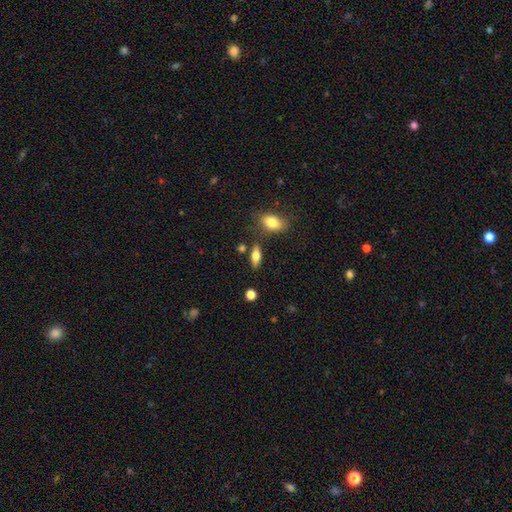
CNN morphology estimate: smooth_or_featured: smooth (p=0.68) [alt: featured or disk p=0.24]
how_rounded: in between (p=0.71) [alt: cigar-shaped p=0.24]
merging: none (p=0.76) [alt: minor disturbance p=0.13]